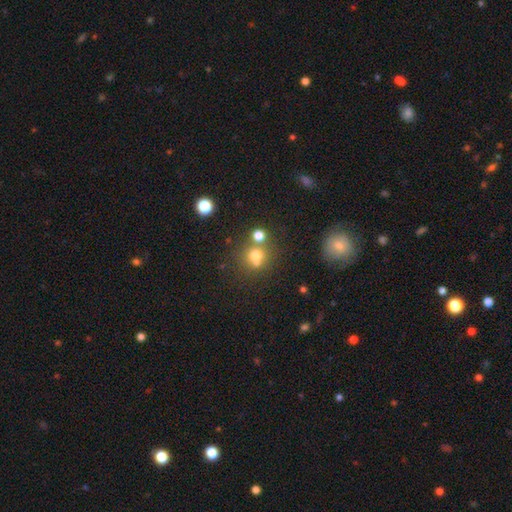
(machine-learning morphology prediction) smooth 70%, star or artifact 18%, featured or disk 12%. Down the decision tree: how rounded — round (85%); merging — none (56%).